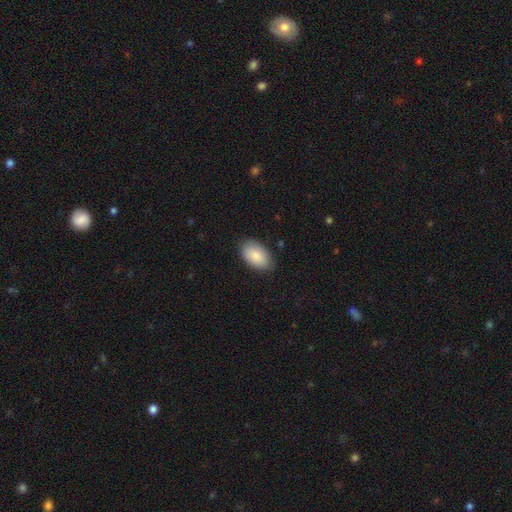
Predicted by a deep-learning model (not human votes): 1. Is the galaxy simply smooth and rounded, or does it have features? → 86% smooth, 8% featured or disk, 6% star or artifact.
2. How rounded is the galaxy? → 94% in between, 5% round, 1% cigar-shaped.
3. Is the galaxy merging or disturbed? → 81% none, 15% minor disturbance, 3% major disturbance, 1% merger.